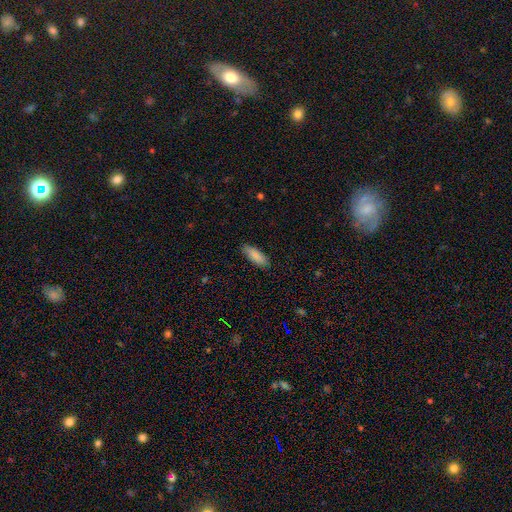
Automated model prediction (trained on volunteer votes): A smooth galaxy with no disk features (88%) that is in between round and cigar-shaped (66%). Merging: none (85%).